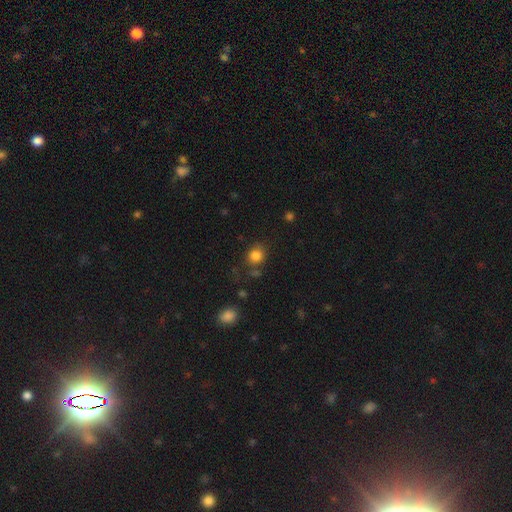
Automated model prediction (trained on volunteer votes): Morphology: type=smooth (83%); roundness=round (76%); merging=none (69%).